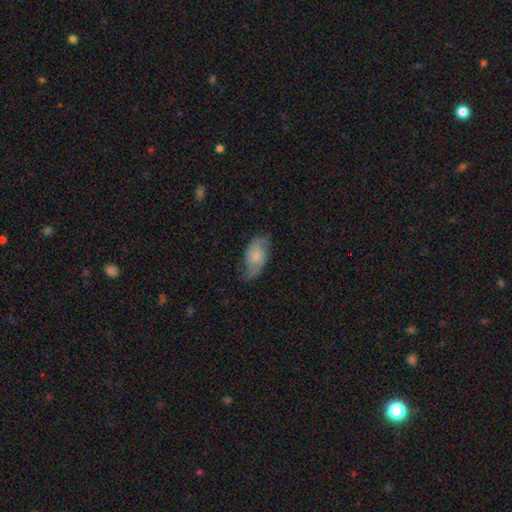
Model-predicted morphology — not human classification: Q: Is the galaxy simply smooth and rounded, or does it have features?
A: featured or disk — 54%.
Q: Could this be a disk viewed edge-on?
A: no — 94%.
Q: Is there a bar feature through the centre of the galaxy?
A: no — 68%.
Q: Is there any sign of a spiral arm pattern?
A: yes — 87%.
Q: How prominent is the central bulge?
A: small — 36%.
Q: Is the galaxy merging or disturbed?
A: none — 66%.